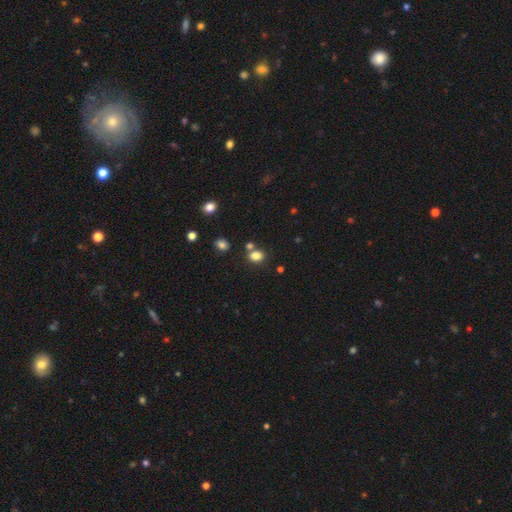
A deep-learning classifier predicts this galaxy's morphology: Overall: smooth (82%). How rounded: in between (64%; round 35%). Merging: none (65%).